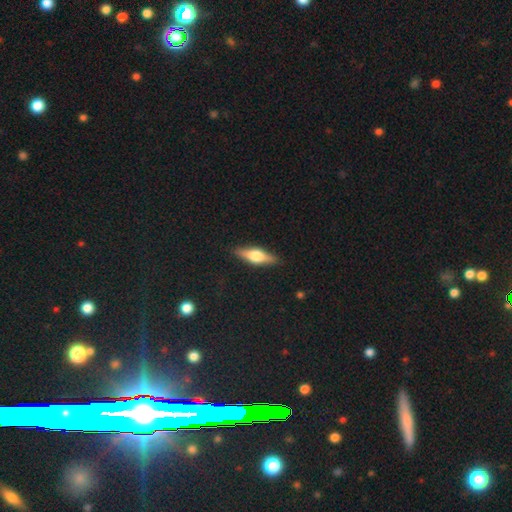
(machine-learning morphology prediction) This is possibly a featured or disk galaxy (57%). It is clearly viewed edge-on (95%). Edge-on bulge: clearly rounded (93%). Merging: clearly none (89%).